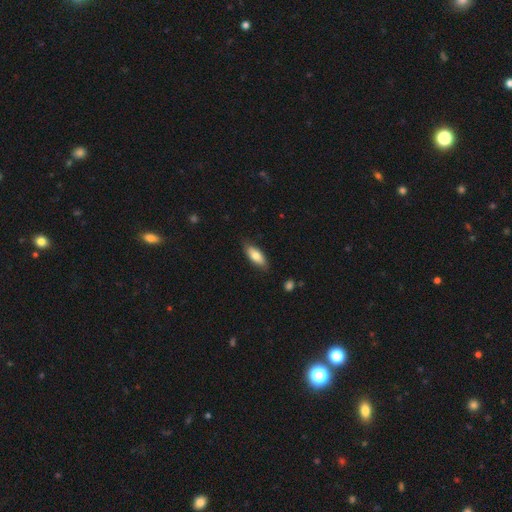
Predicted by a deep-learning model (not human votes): This is likely a smooth galaxy (77%). How rounded: likely in between (78%). Merging: clearly none (83%).